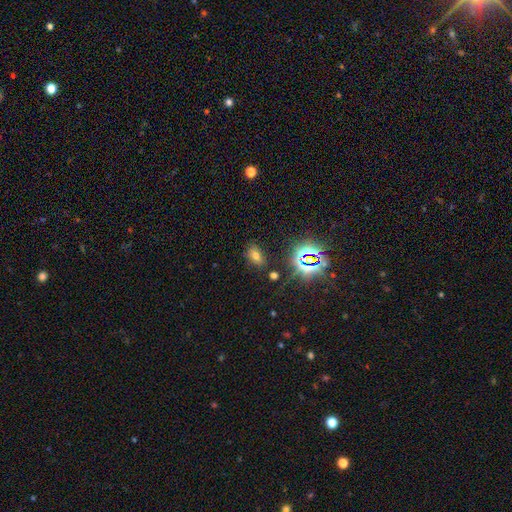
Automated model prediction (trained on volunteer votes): smooth-or-featured: smooth: 57% | star or artifact: 33% | featured or disk: 10%
  how-rounded: in between: 85% | round: 12% | cigar-shaped: 3%
  merging: none: 80% | minor disturbance: 12% | major disturbance: 4% | merger: 3%